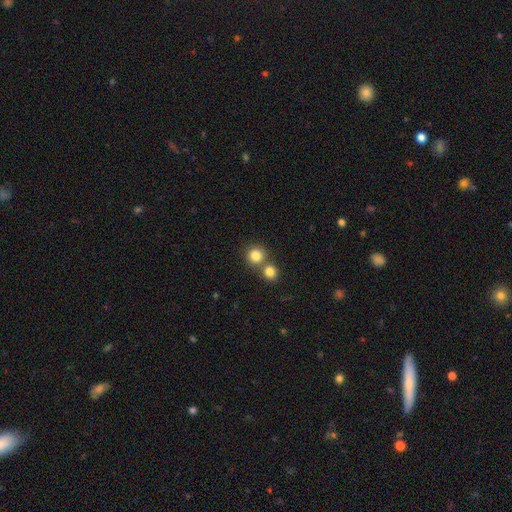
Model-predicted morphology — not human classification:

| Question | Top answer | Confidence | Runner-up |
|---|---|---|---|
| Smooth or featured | smooth | 82% | star or artifact (11%) |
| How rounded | round | 91% | in between (8%) |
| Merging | none | 58% | merger (34%) |